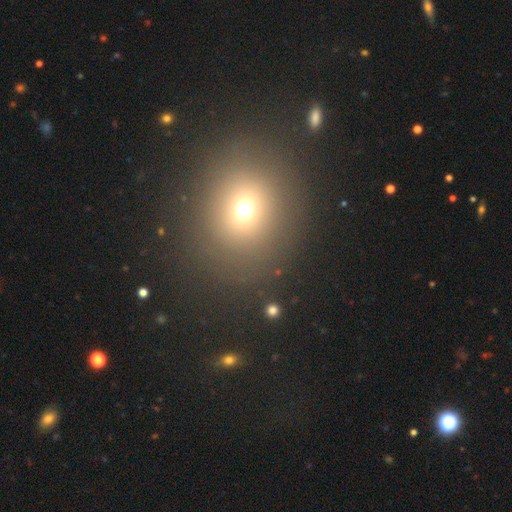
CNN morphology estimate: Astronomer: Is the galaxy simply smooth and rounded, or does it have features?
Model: smooth — 63%.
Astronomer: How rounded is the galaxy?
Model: round — 73%.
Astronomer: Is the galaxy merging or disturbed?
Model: none — 87%.